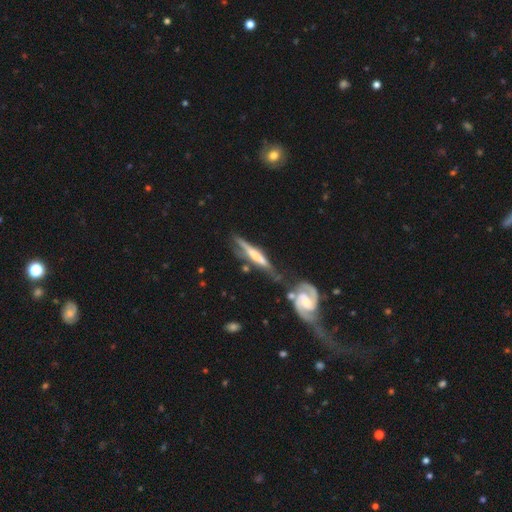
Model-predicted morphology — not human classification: The model was most divided on "merging": none: 45%, minor disturbance: 25%, merger: 16%, major disturbance: 15%. More confident: edge-on disk — yes (77%); smooth or featured — featured or disk (64%).